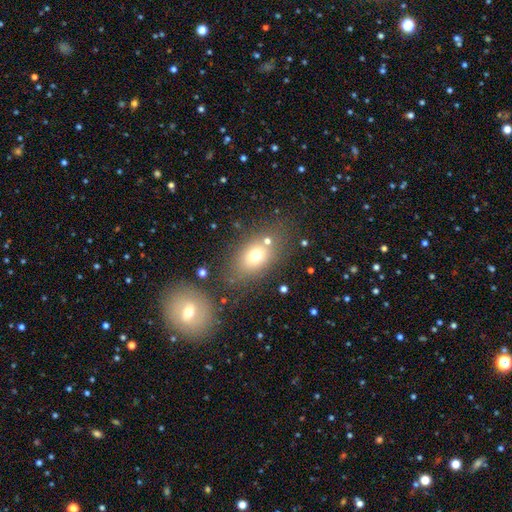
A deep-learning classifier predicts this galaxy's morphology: A smooth galaxy with no disk features (69%) that is in between round and cigar-shaped (72%).

Vote fractions:
- Smooth or featured? smooth: 69% / featured or disk: 17% / star or artifact: 14%
- How rounded? in between: 72% / round: 24% / cigar-shaped: 4%
- Merging? none: 68% / minor disturbance: 13% / merger: 13% / major disturbance: 6%